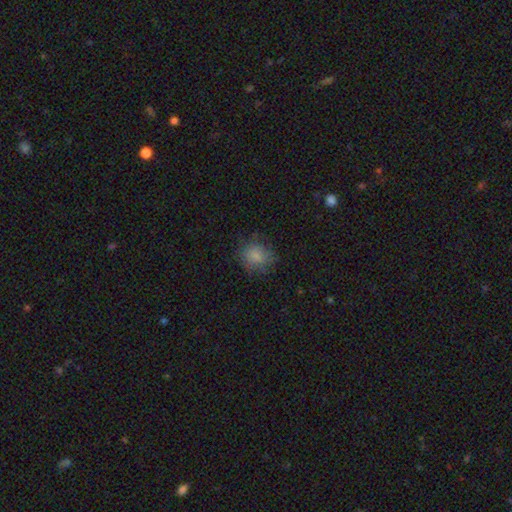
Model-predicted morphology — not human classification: smooth_or_featured: smooth (p=0.81) [alt: star or artifact p=0.11]
how_rounded: round (p=0.66) [alt: in between p=0.33]
merging: none (p=0.74) [alt: minor disturbance p=0.18]